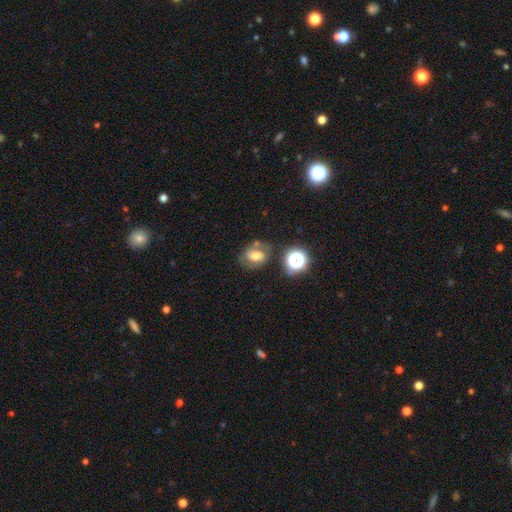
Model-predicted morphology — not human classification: Q: Smooth or featured?
A: smooth (52%); runner-up: featured or disk (32%)
Q: How rounded?
A: in between (62%); runner-up: round (37%)
Q: Merging?
A: none (55%); runner-up: minor disturbance (21%)